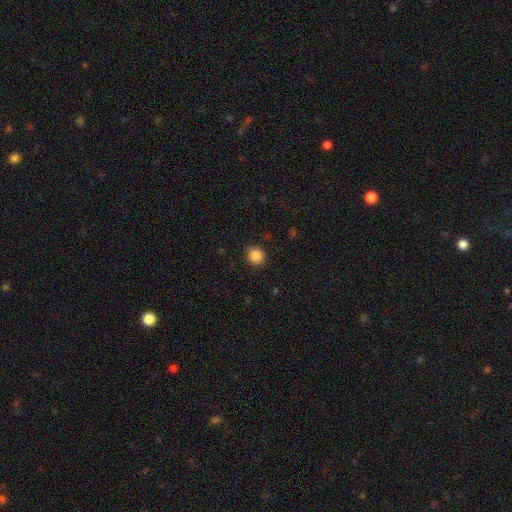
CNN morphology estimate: Smooth or featured? Predicted: smooth (p=0.86). How rounded? Predicted: round (p=0.89). Merging? Predicted: none (p=0.91).